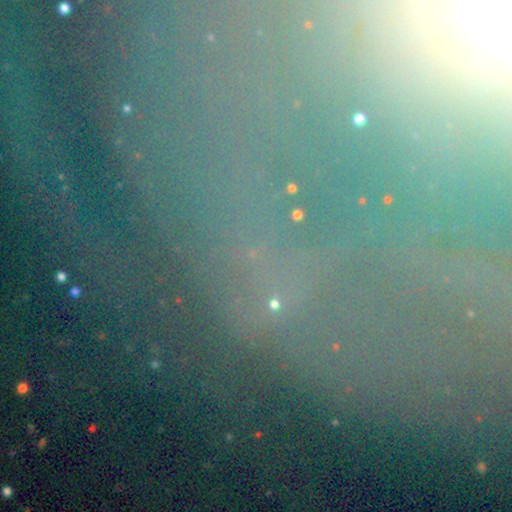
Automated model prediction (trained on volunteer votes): Q: Smooth or featured?
A: star or artifact (72%); runner-up: featured or disk (16%)